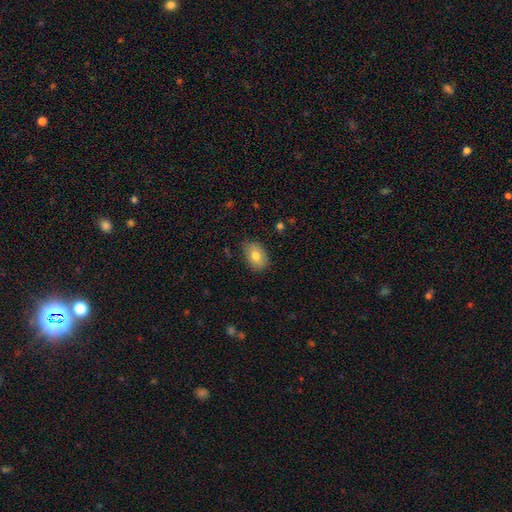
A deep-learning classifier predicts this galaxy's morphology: Smooth or featured?
  - smooth: 78% *
  - featured or disk: 14%
  - star or artifact: 8%
How rounded?
  - in between: 84% *
  - round: 15%
  - cigar-shaped: 1%
Merging?
  - none: 81% *
  - minor disturbance: 15%
  - major disturbance: 3%
  - merger: 1%